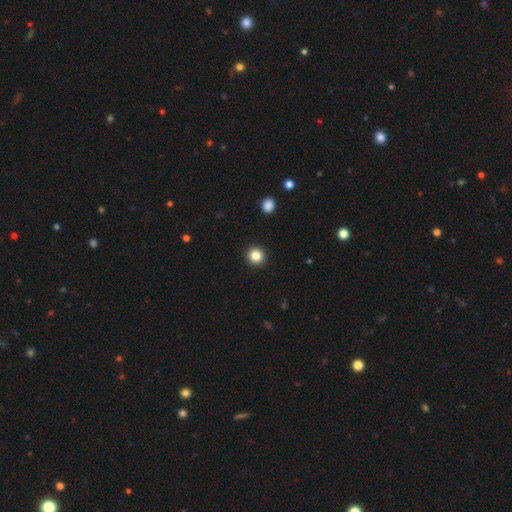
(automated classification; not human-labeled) A smooth galaxy with no disk features (84%) that is round (93%).

Vote fractions:
- Smooth or featured? smooth: 84% / star or artifact: 11% / featured or disk: 5%
- How rounded? round: 93% / in between: 6% / cigar-shaped: 1%
- Merging? none: 93% / minor disturbance: 4% / major disturbance: 2% / merger: 1%